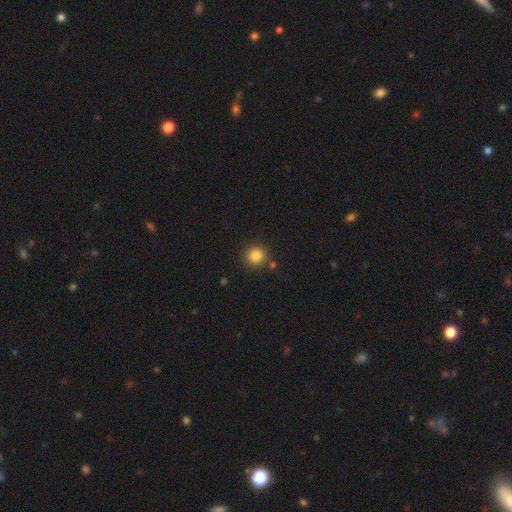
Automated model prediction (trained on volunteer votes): A smooth galaxy with no disk features (84%) that is round (92%).

Vote fractions:
- Smooth or featured? smooth: 84% / star or artifact: 11% / featured or disk: 5%
- How rounded? round: 92% / in between: 7% / cigar-shaped: 1%
- Merging? none: 86% / minor disturbance: 7% / merger: 5% / major disturbance: 2%